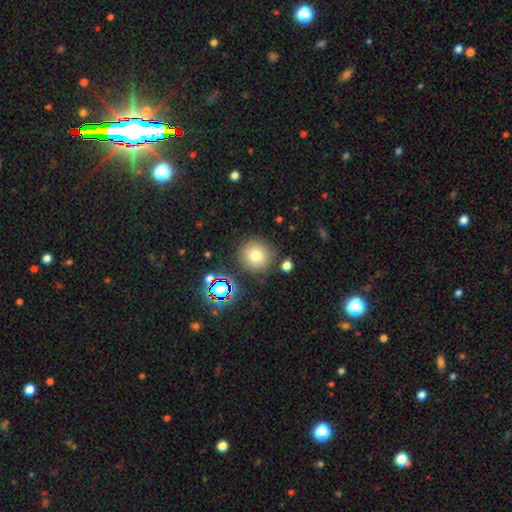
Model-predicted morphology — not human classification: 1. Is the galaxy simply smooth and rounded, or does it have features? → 73% smooth, 16% star or artifact, 10% featured or disk.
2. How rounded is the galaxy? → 94% round, 5% in between, 1% cigar-shaped.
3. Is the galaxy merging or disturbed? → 84% none, 9% minor disturbance, 4% merger, 3% major disturbance.